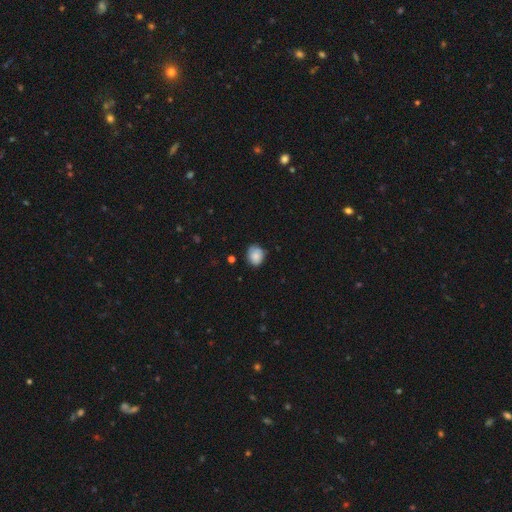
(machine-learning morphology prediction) A smooth galaxy with no disk features (83%) that is round (64%).

Vote fractions:
- Smooth or featured? smooth: 83% / featured or disk: 9% / star or artifact: 8%
- How rounded? round: 64% / in between: 35% / cigar-shaped: 1%
- Merging? none: 71% / minor disturbance: 24% / major disturbance: 4% / merger: 2%